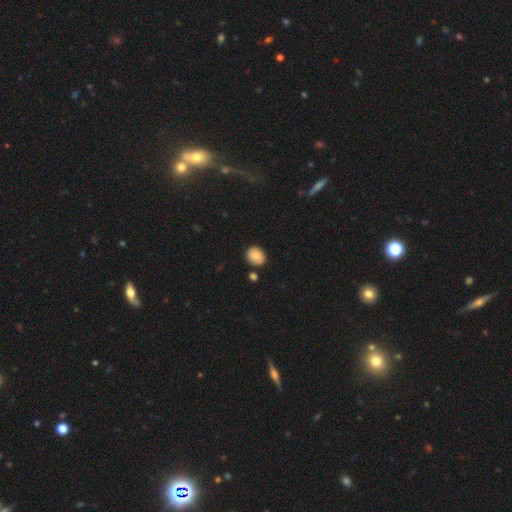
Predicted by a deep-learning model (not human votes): smooth-or-featured: smooth: 78% | featured or disk: 14% | star or artifact: 9%
  how-rounded: round: 70% | in between: 29% | cigar-shaped: 1%
  merging: none: 80% | minor disturbance: 12% | merger: 5% | major disturbance: 3%